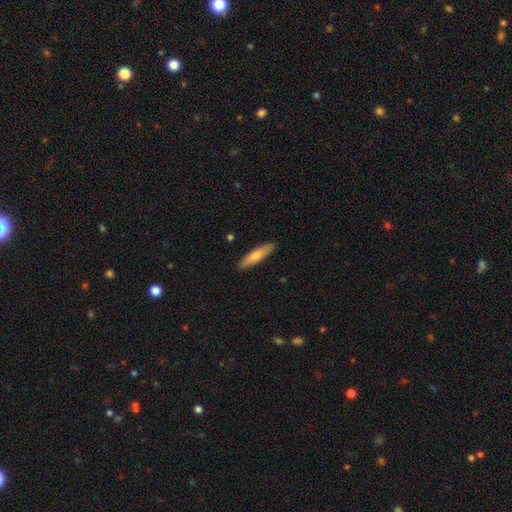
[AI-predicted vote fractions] This is likely a smooth galaxy (71%). How rounded: clearly cigar-shaped (81%). Merging: clearly none (90%).